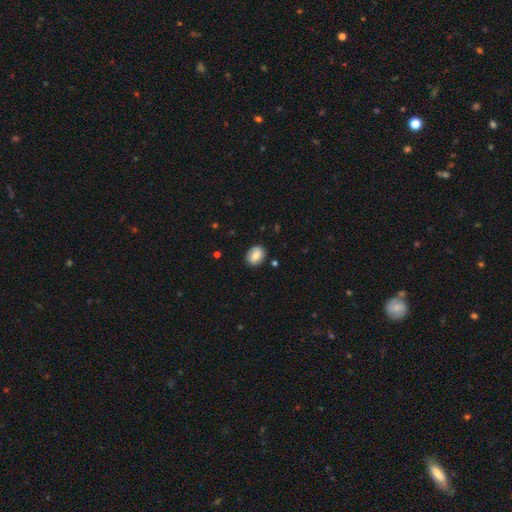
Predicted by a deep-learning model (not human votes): This is likely a smooth galaxy (78%). How rounded: possibly in between (57%). Merging: clearly none (86%).